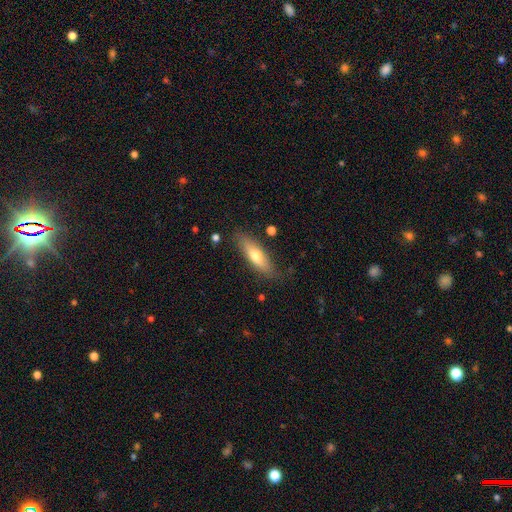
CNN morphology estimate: This is likely a smooth galaxy (62%). How rounded: possibly cigar-shaped (53%). Merging: clearly none (81%).